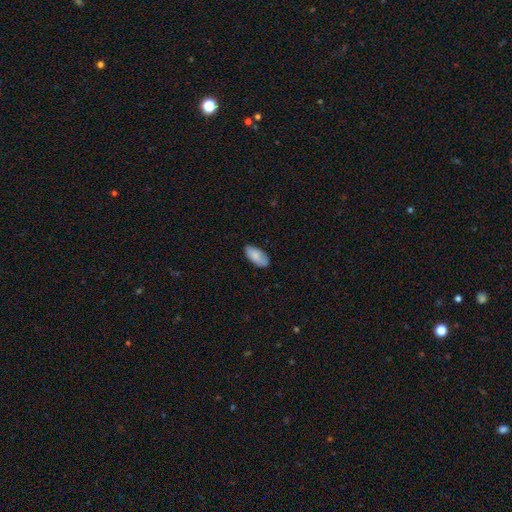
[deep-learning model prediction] smooth-or-featured: smooth: 82% | featured or disk: 12% | star or artifact: 6%
  how-rounded: in between: 92% | cigar-shaped: 6% | round: 2%
  merging: none: 76% | minor disturbance: 20% | major disturbance: 3% | merger: 1%